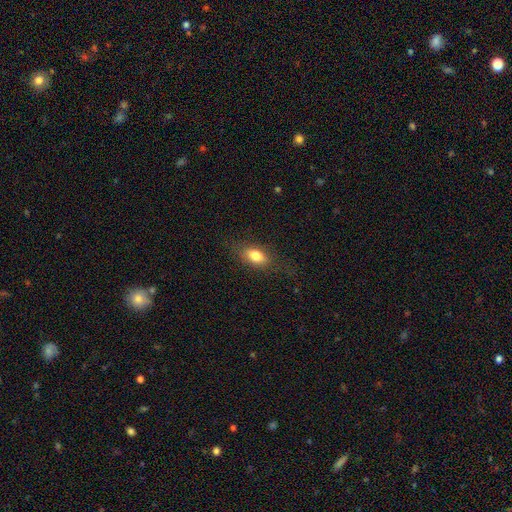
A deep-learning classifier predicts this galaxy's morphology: Smooth or featured: smooth — 80% (featured or disk — 12%)
How rounded: in between — 84% (round — 9%)
Merging: none — 79% (minor disturbance — 14%)